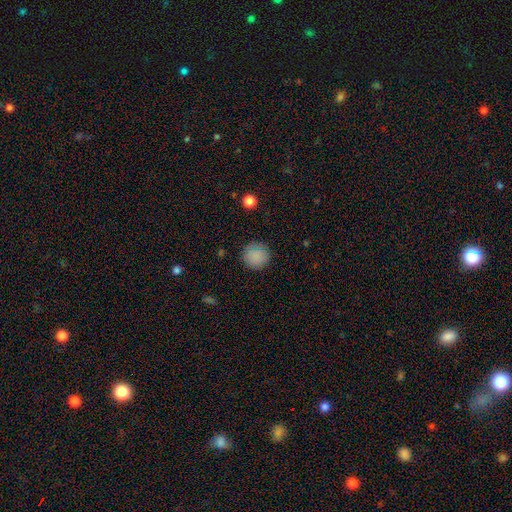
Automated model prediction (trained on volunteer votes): Smooth or featured? Predicted: smooth (p=0.84). How rounded? Predicted: round (p=0.92). Merging? Predicted: none (p=0.85).